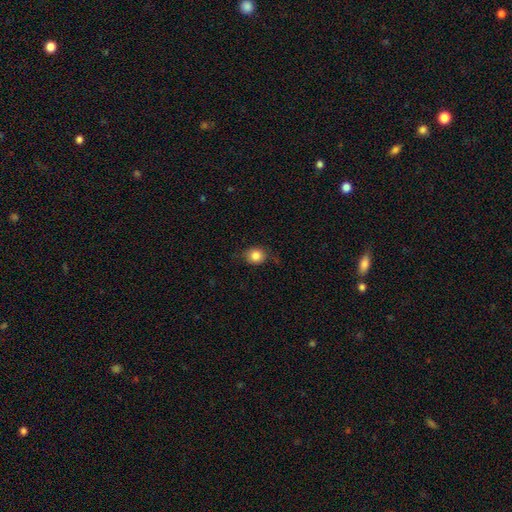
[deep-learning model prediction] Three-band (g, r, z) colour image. It shows a smooth galaxy with no disk features (83%) that is round (79%). Merging: none (80%).